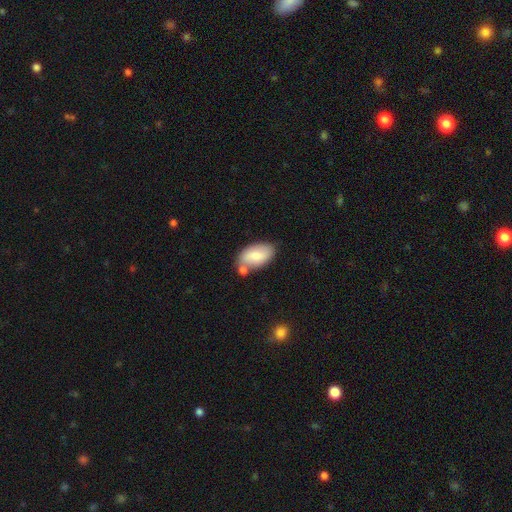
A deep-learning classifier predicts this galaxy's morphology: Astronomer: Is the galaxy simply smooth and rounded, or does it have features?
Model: smooth — 72%.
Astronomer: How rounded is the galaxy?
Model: in between — 94%.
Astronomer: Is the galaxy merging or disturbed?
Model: none — 63%.